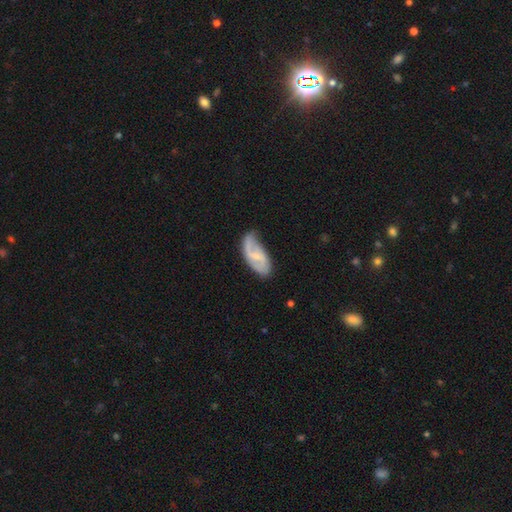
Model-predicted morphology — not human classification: Smooth or featured? Predicted: featured or disk (p=0.68). Edge-on disk? Predicted: no (p=0.94). Bar? Predicted: weak (p=0.46). Spiral arms? Predicted: yes (p=0.87). Spiral winding? Predicted: loose (p=0.45). Spiral arm count? Predicted: 2 (p=0.74). Bulge size? Predicted: small (p=0.67). Merging? Predicted: none (p=0.53).